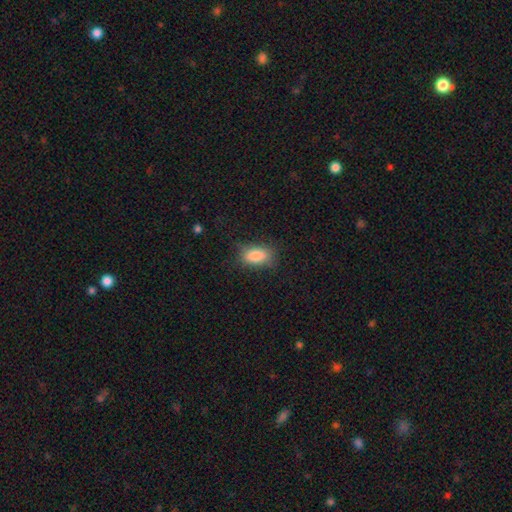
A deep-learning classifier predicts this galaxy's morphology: A smooth galaxy with no disk features (86%) that is in between round and cigar-shaped (90%).

Vote fractions:
- Smooth or featured? smooth: 86% / star or artifact: 8% / featured or disk: 6%
- How rounded? in between: 90% / round: 6% / cigar-shaped: 4%
- Merging? none: 76% / minor disturbance: 17% / major disturbance: 5% / merger: 1%